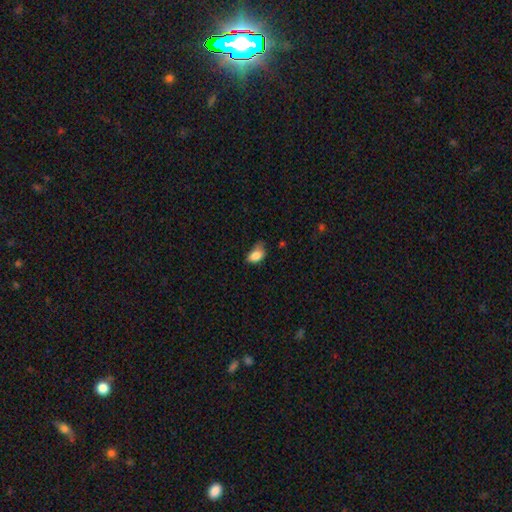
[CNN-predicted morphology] The model was most divided on "merging": minor disturbance: 44%, none: 37%, major disturbance: 17%, merger: 2%. More confident: how rounded — in between (88%); smooth or featured — smooth (83%).